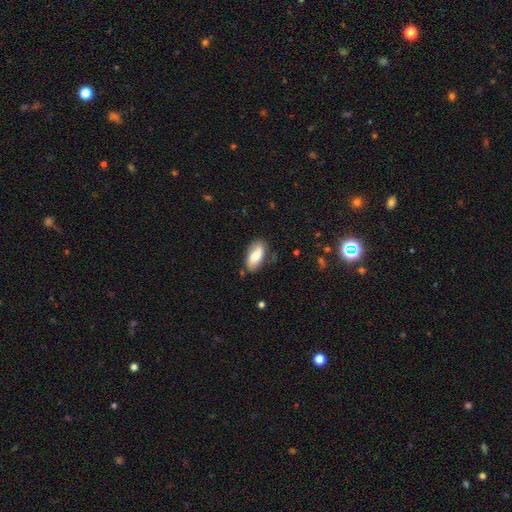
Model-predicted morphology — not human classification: smooth-or-featured: smooth: 72% | featured or disk: 21% | star or artifact: 7%
  how-rounded: in between: 90% | cigar-shaped: 8% | round: 3%
  merging: none: 71% | minor disturbance: 21% | major disturbance: 5% | merger: 2%